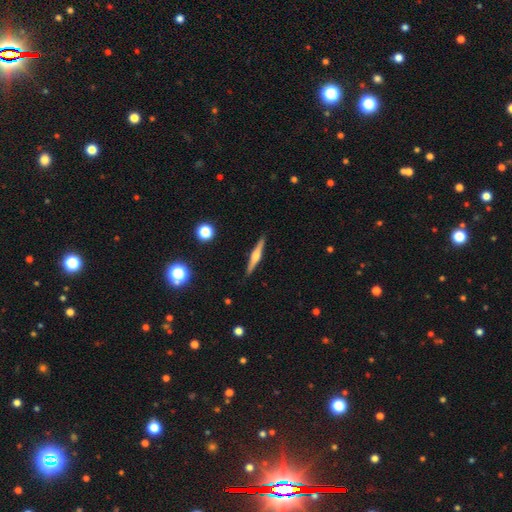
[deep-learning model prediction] featured or disk 69%, smooth 24%, star or artifact 7%. Down the decision tree: edge-on disk — yes (98%); edge-on bulge — rounded (84%); merging — none (91%).